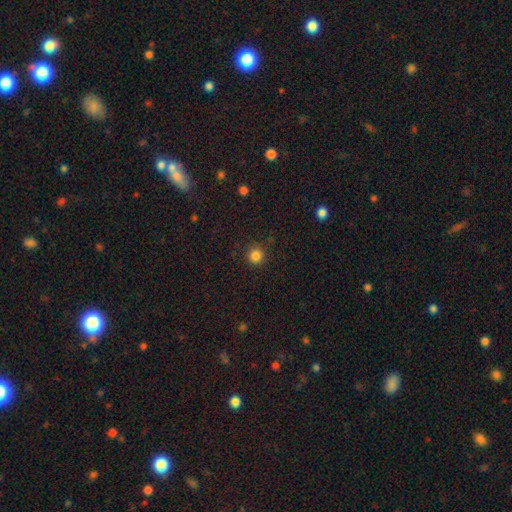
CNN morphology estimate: A smooth galaxy with no disk features (84%) that is round (94%). Merging: none (89%).